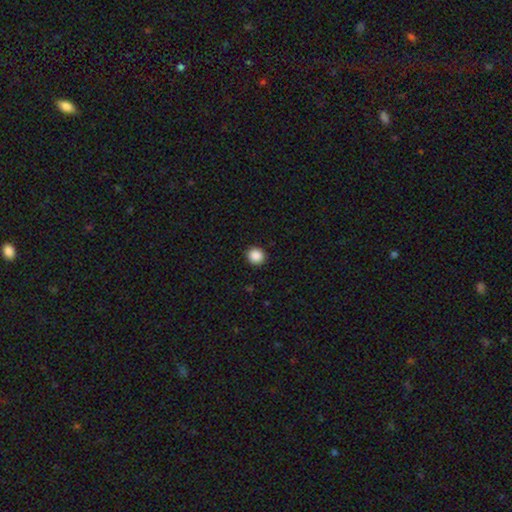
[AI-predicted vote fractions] A smooth galaxy with no disk features (88%) that is round (92%).

Vote fractions:
- Smooth or featured? smooth: 88% / star or artifact: 10% / featured or disk: 2%
- How rounded? round: 92% / in between: 7% / cigar-shaped: 1%
- Merging? none: 93% / minor disturbance: 5% / major disturbance: 2% / merger: 1%